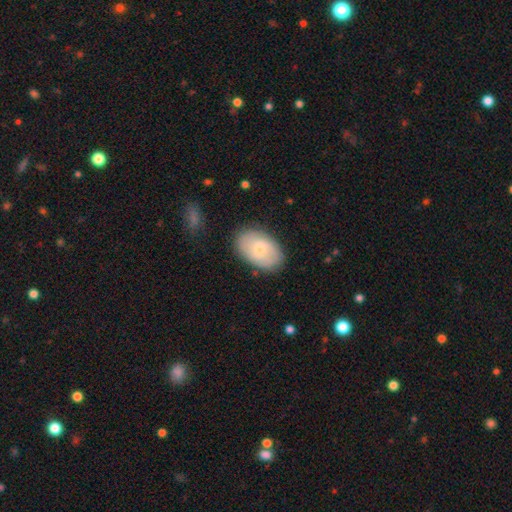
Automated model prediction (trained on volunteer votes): Smooth or featured?
  - smooth: 49% *
  - featured or disk: 44%
  - star or artifact: 6%
Merging?
  - none: 83% *
  - minor disturbance: 12%
  - major disturbance: 3%
  - merger: 1%